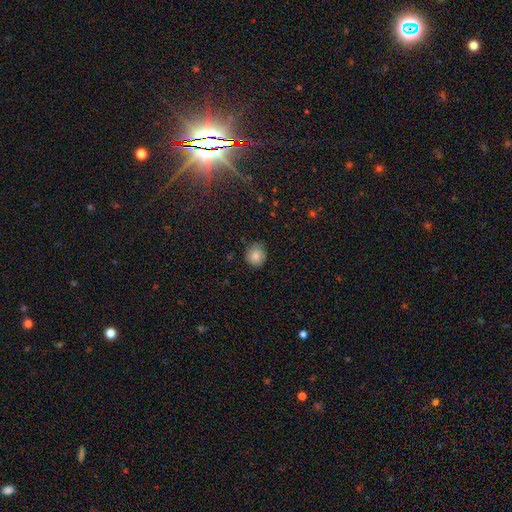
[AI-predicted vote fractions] A smooth galaxy with no disk features (80%) that is round (90%). Merging: none (79%).